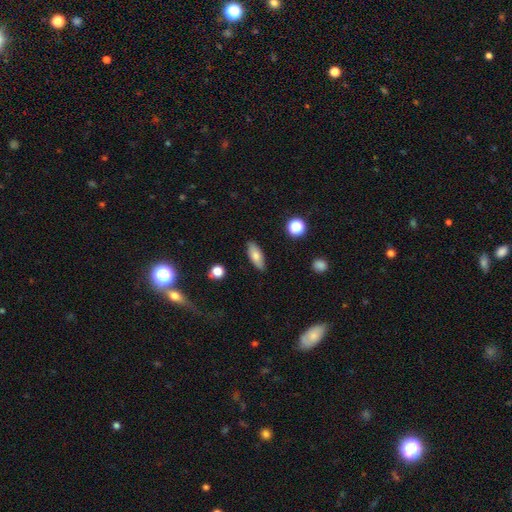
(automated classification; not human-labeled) smooth 76%, featured or disk 17%, star or artifact 7%. Down the decision tree: how rounded — in between (77%); merging — none (86%).